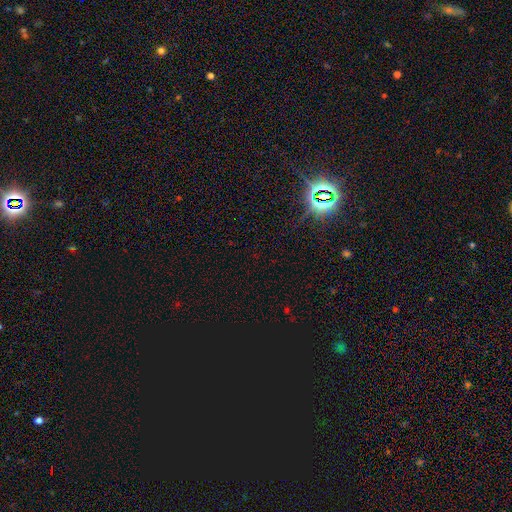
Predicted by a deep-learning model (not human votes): Smooth or featured? star or artifact (75%)